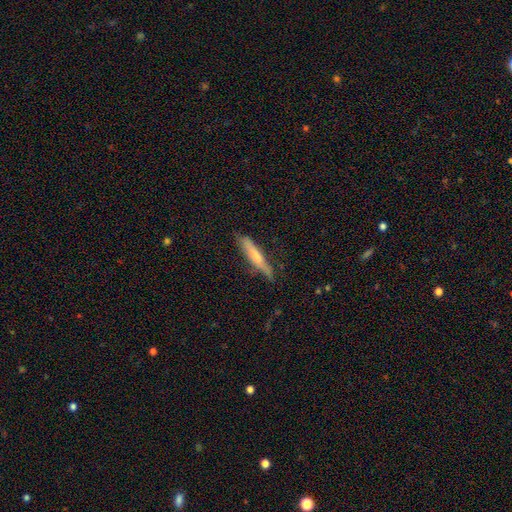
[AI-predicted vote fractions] This appears to be a smooth galaxy with no disk features (59%) that is cigar-shaped (90%). Merging: none (72%).